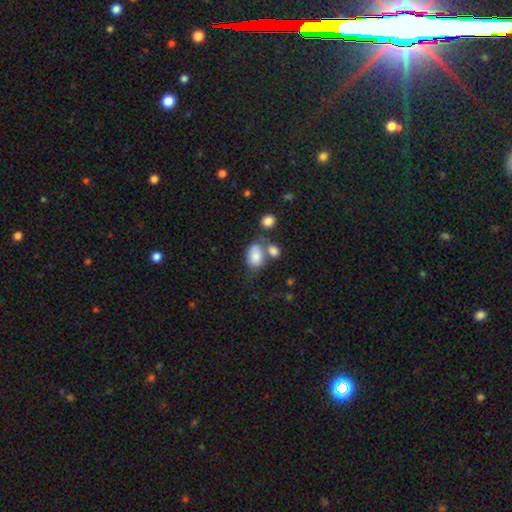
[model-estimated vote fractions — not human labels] A smooth galaxy with no disk features (80%) that is in between round and cigar-shaped (81%).

Vote fractions:
- Smooth or featured? smooth: 80% / featured or disk: 12% / star or artifact: 9%
- How rounded? in between: 81% / round: 17% / cigar-shaped: 1%
- Merging? none: 38% / merger: 34% / minor disturbance: 19% / major disturbance: 9%